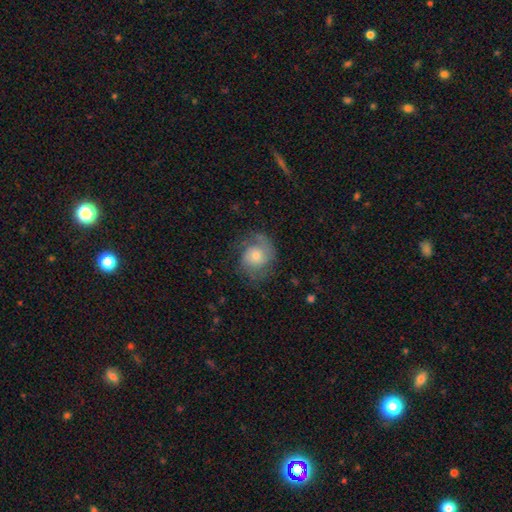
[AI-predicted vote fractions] Overall: featured or disk (60%; smooth 32%). Edge-on disk: no (97%). Bar: no (75%). Spiral arms: yes (88%). Spiral arm count: 2 (63%). Spiral winding: medium (43%; tight 33%). Bulge size: moderate (47%; small 40%). Merging: none (64%).